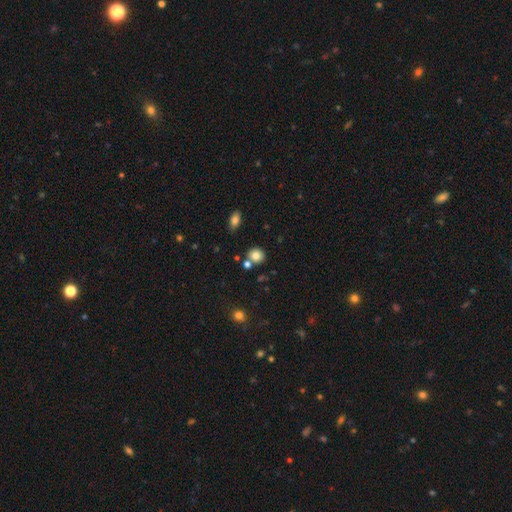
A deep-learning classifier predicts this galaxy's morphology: Smooth or featured? smooth (80%)
How rounded? round (80%)
Merging? none (73%)